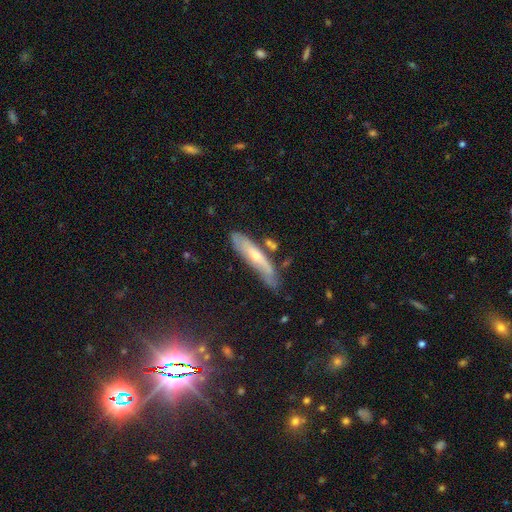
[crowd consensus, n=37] Overall: featured or disk (49%; smooth 43%). Edge-on disk: no (56%; yes 44%). Bar: no (70%; weak 30%). Spiral arms: yes (60%; no 40%). Spiral arm count: can't tell (67%; 2 33%). Spiral winding: tight (50%; medium 33%). Bulge size: small (70%; moderate 30%). Merging: none (47%; minor disturbance 44%).